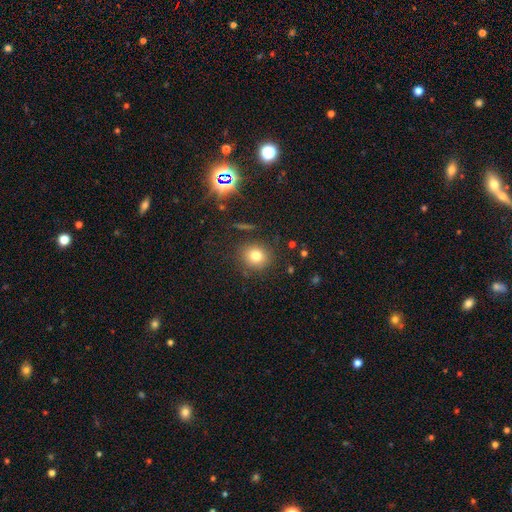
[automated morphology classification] Smooth or featured?
  - smooth: 77% *
  - star or artifact: 14%
  - featured or disk: 9%
How rounded?
  - round: 82% *
  - in between: 16%
  - cigar-shaped: 1%
Merging?
  - none: 85% *
  - minor disturbance: 9%
  - major disturbance: 3%
  - merger: 2%